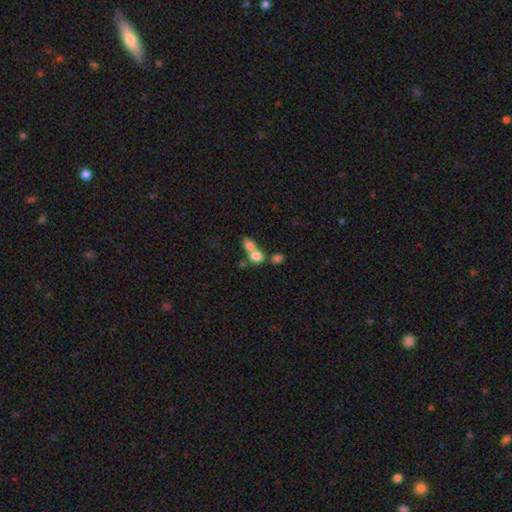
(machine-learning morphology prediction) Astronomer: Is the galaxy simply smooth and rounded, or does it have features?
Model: smooth — 76%.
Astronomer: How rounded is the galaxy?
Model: in between — 51% (runner-up: round, 46%).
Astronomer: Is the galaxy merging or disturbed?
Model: merger — 68%.